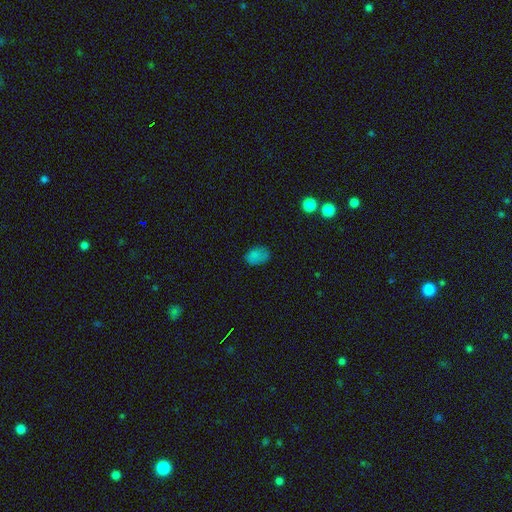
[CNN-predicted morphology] A smooth galaxy with no disk features (77%) that is in between round and cigar-shaped (82%).

Vote fractions:
- Smooth or featured? smooth: 77% / star or artifact: 16% / featured or disk: 7%
- How rounded? in between: 82% / round: 16% / cigar-shaped: 1%
- Merging? none: 71% / minor disturbance: 21% / major disturbance: 6% / merger: 2%